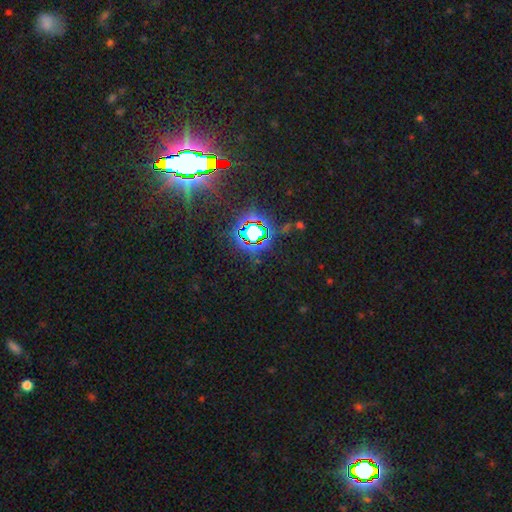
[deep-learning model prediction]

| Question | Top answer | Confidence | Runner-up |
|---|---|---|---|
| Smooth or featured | star or artifact | 85% | smooth (8%) |